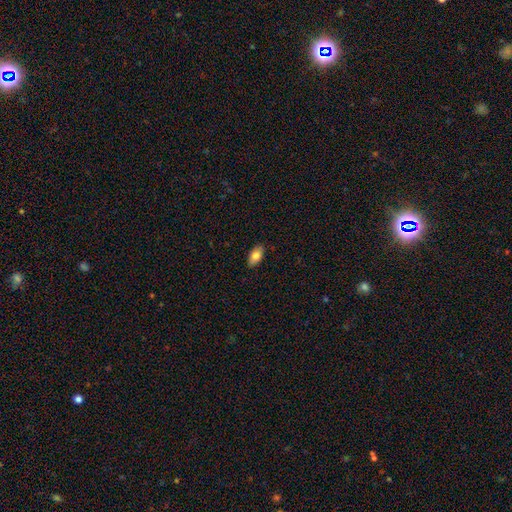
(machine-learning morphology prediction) Smooth or featured? Predicted: smooth (p=0.80). How rounded? Predicted: in between (p=0.92). Merging? Predicted: none (p=0.87).